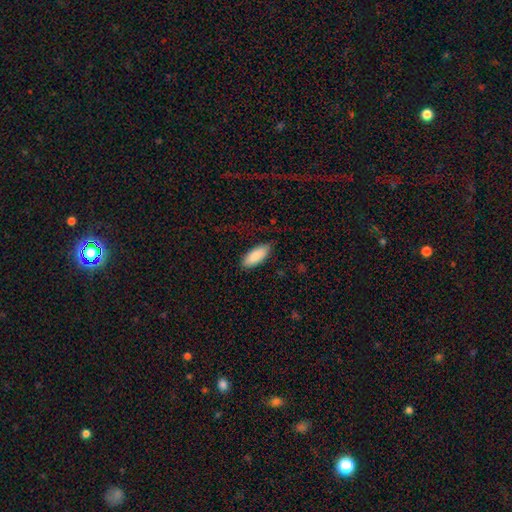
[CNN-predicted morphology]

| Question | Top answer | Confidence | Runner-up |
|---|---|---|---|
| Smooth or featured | smooth | 88% | featured or disk (7%) |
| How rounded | in between | 80% | cigar-shaped (19%) |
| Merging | none | 79% | minor disturbance (15%) |